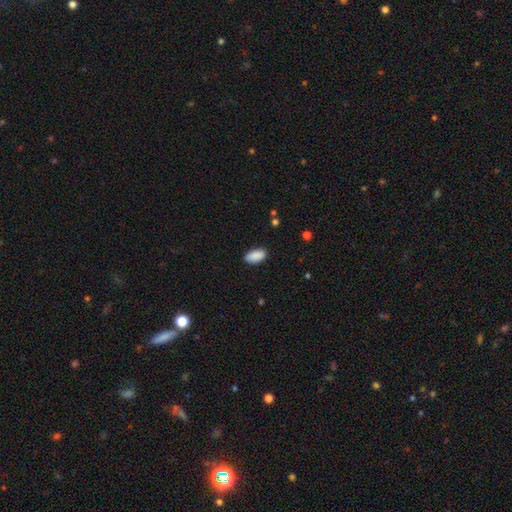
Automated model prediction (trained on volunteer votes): Smooth or featured: smooth — 90% (star or artifact — 7%)
How rounded: in between — 93% (cigar-shaped — 5%)
Merging: none — 87% (minor disturbance — 10%)